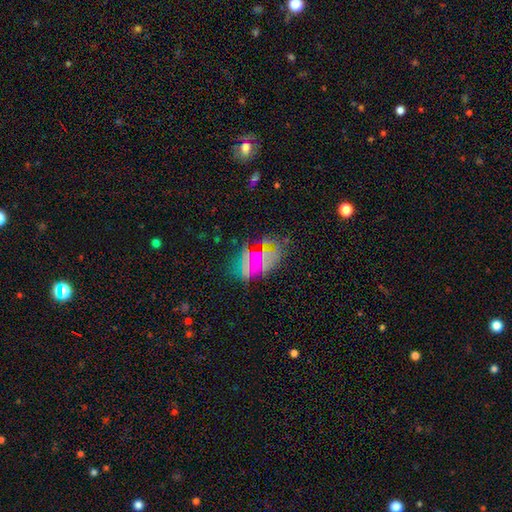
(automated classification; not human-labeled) Smooth or featured? smooth (46%)
Merging? none (69%)